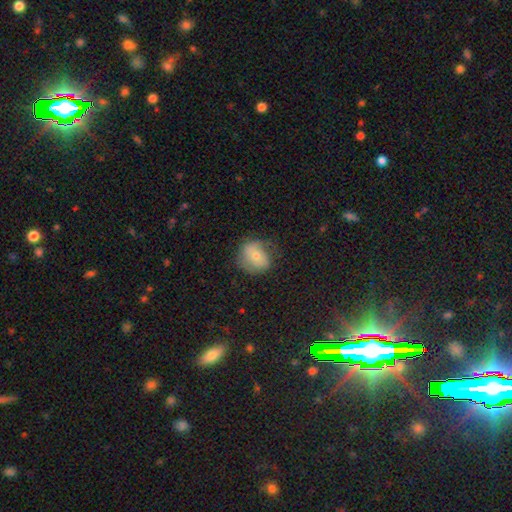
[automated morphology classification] This is possibly a smooth galaxy (51%). How rounded: likely round (63%). Merging: likely none (62%).